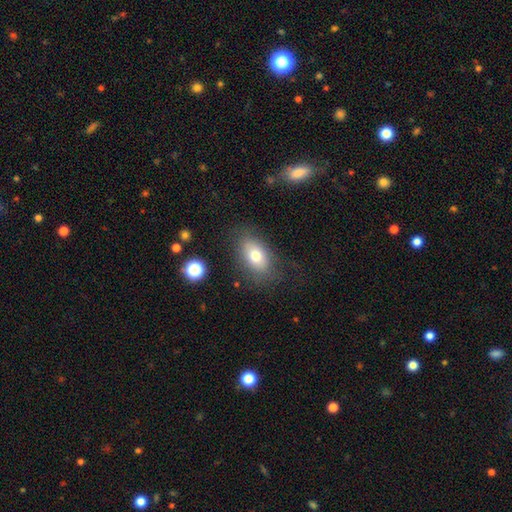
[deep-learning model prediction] A smooth galaxy with no disk features (73%) that is in between round and cigar-shaped (85%). Merging: none (75%).